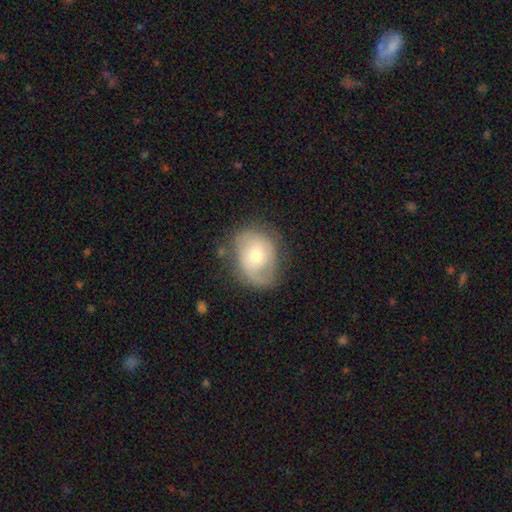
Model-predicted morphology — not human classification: A featured or disk galaxy (51%). Merging: none (62%).